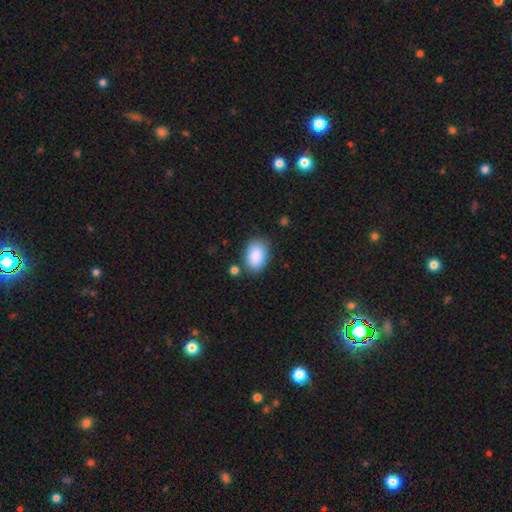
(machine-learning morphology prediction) Smooth or featured? smooth (89%)
How rounded? in between (87%)
Merging? none (78%)